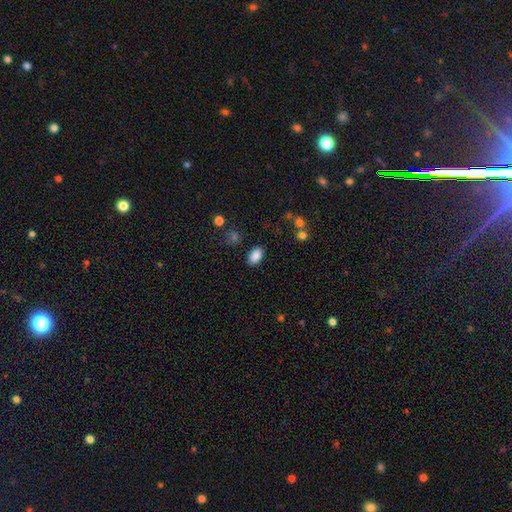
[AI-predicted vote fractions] This is clearly a smooth galaxy (87%). How rounded: clearly in between (90%). Merging: clearly none (86%).